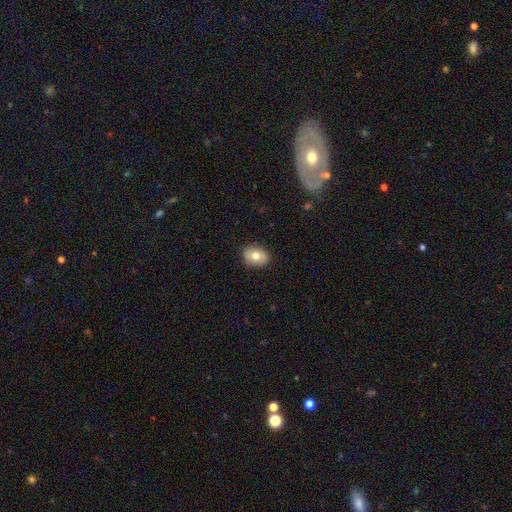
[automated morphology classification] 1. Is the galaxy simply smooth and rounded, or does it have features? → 75% smooth, 17% featured or disk, 8% star or artifact.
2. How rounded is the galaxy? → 67% in between, 32% round, 1% cigar-shaped.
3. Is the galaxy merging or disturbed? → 88% none, 9% minor disturbance, 2% major disturbance, 1% merger.